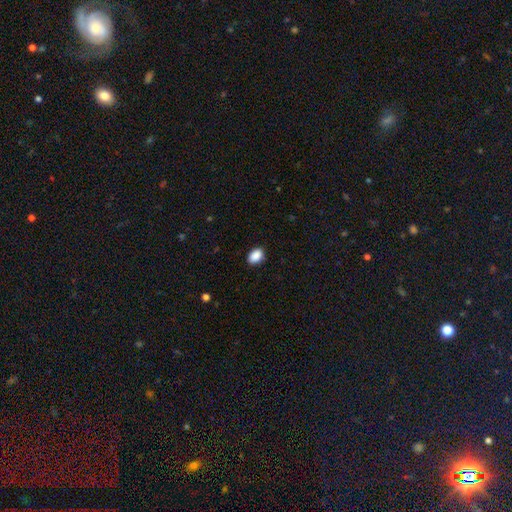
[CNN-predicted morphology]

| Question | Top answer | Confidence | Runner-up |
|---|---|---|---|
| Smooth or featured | smooth | 90% | star or artifact (8%) |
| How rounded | in between | 83% | round (16%) |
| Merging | none | 87% | minor disturbance (10%) |